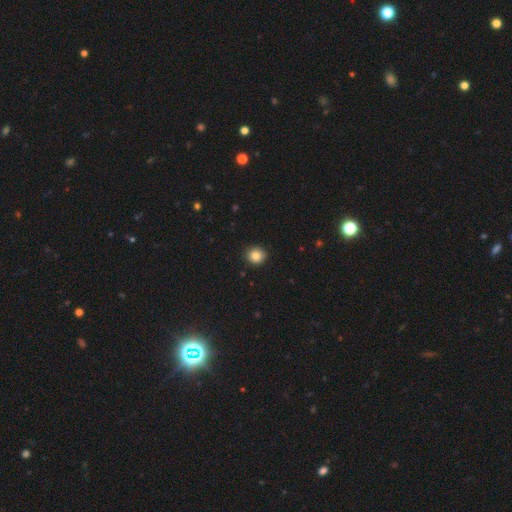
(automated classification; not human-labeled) Morphology: type=smooth (85%); roundness=round (88%); merging=none (90%).